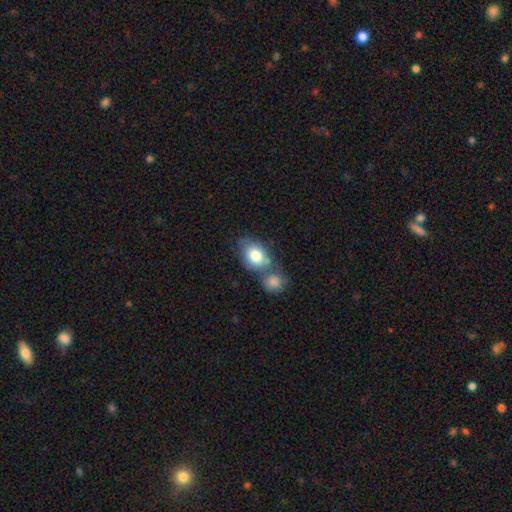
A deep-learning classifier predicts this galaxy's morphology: This appears to be a smooth galaxy with no disk features (79%) that is in between round and cigar-shaped (71%). Merging: merger (42%).